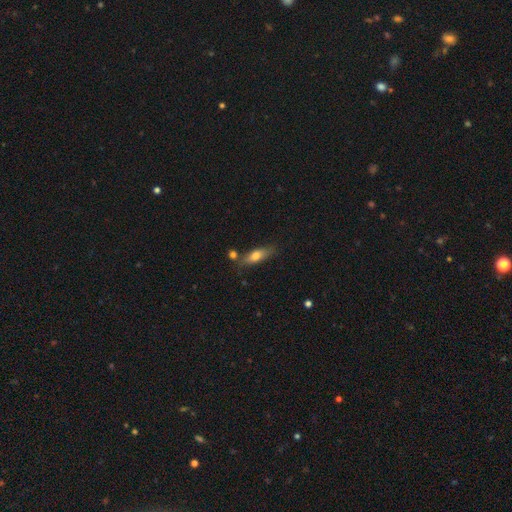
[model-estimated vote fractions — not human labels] smooth-or-featured: smooth: 70% | featured or disk: 23% | star or artifact: 7%
  how-rounded: in between: 57% | cigar-shaped: 40% | round: 3%
  merging: none: 70% | minor disturbance: 17% | merger: 9% | major disturbance: 4%